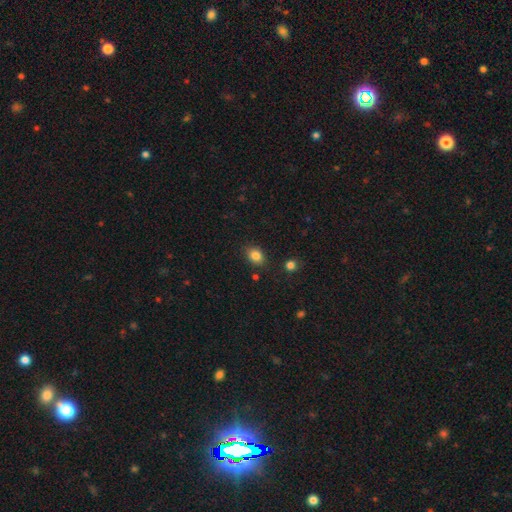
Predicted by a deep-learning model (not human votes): smooth_or_featured: smooth (p=0.84) [alt: star or artifact p=0.11]
how_rounded: in between (p=0.62) [alt: round p=0.37]
merging: none (p=0.83) [alt: minor disturbance p=0.11]